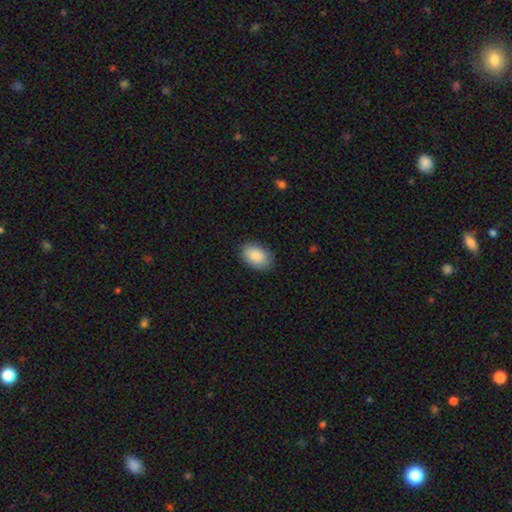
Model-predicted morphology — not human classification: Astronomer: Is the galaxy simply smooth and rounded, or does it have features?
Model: smooth — 88%.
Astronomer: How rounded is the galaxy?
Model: in between — 89%.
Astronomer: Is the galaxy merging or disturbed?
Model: none — 84%.